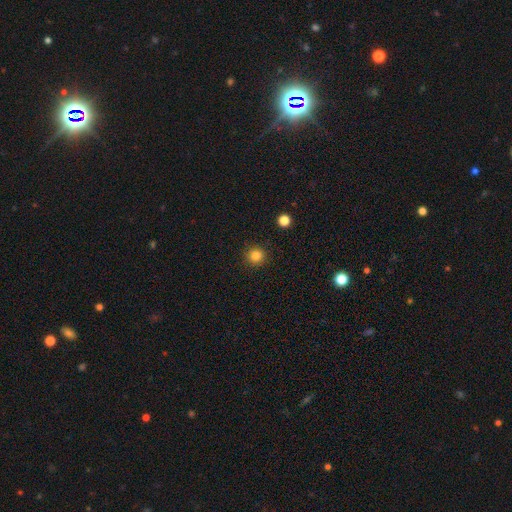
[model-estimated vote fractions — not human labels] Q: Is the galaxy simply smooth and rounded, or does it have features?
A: smooth — 83%.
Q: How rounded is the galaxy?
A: round — 94%.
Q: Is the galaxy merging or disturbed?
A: none — 91%.